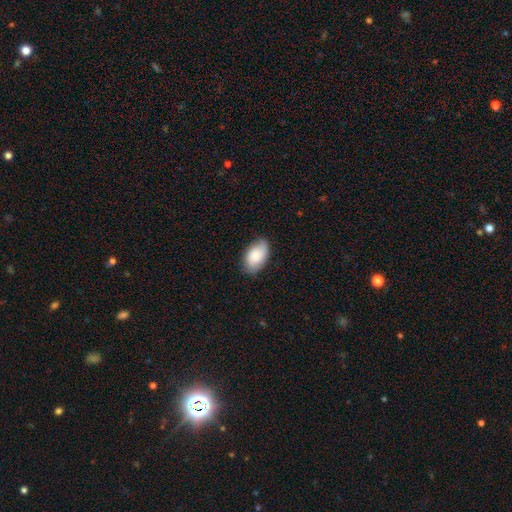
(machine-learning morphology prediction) Smooth or featured? Predicted: smooth (p=0.69). How rounded? Predicted: in between (p=0.93). Merging? Predicted: none (p=0.75).